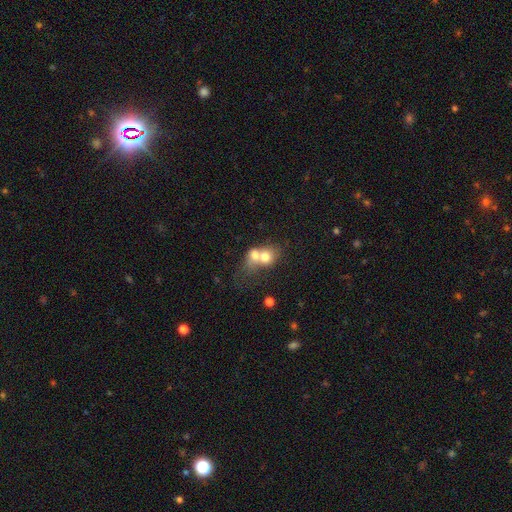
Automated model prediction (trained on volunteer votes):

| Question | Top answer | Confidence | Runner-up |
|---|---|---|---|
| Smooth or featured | smooth | 67% | featured or disk (24%) |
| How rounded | round | 57% | in between (42%) |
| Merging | merger | 75% | none (14%) |